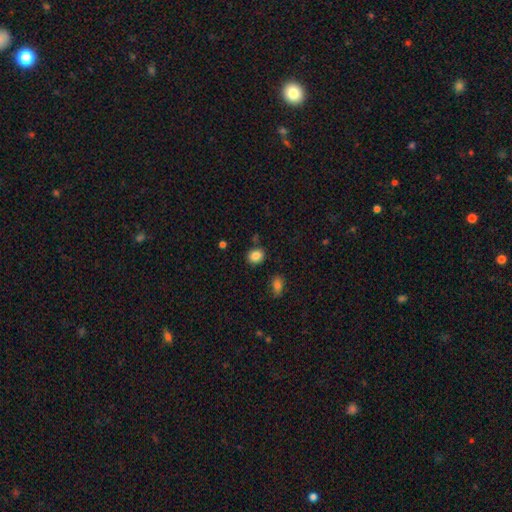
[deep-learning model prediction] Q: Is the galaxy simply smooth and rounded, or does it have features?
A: smooth — 86%.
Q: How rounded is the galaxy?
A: round — 59%.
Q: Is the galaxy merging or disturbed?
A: none — 83%.